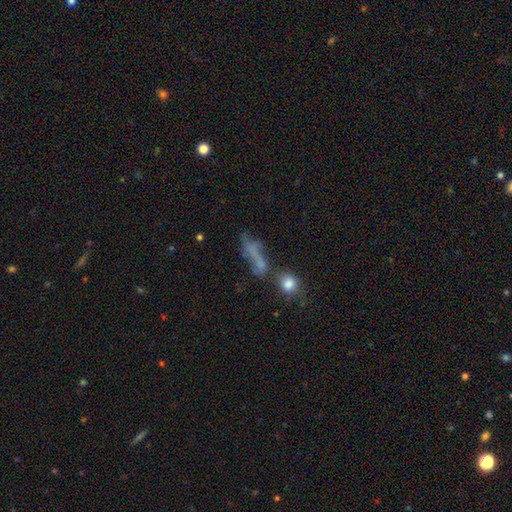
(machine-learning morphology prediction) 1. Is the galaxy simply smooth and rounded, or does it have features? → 45% smooth, 33% featured or disk, 22% star or artifact.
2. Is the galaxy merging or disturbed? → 37% none, 25% merger, 21% major disturbance, 17% minor disturbance.